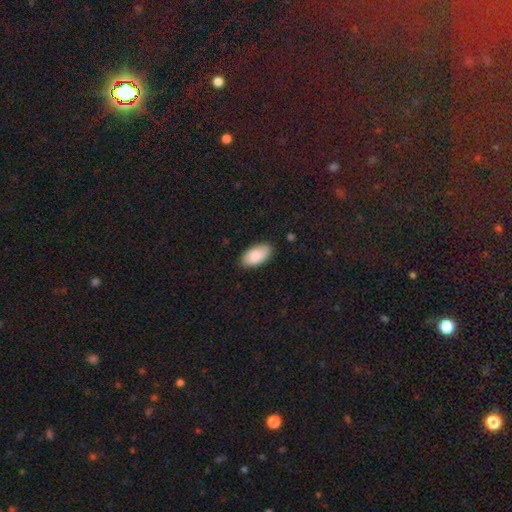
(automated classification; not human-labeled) Smooth or featured? smooth (87%)
How rounded? in between (95%)
Merging? none (83%)